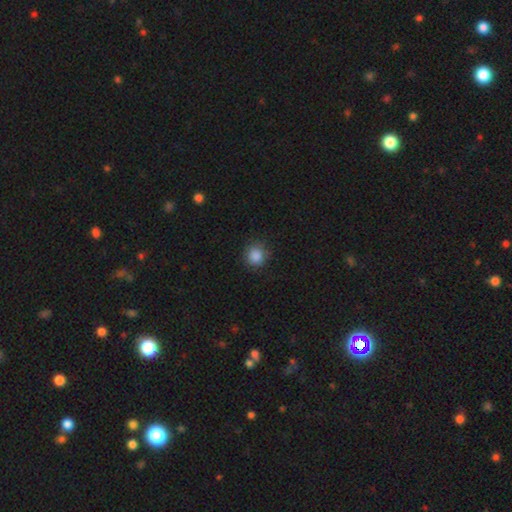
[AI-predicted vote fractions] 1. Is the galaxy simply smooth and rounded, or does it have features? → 87% smooth, 10% star or artifact, 3% featured or disk.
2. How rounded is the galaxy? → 91% round, 8% in between, 1% cigar-shaped.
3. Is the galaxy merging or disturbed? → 85% none, 11% minor disturbance, 3% major disturbance, 1% merger.